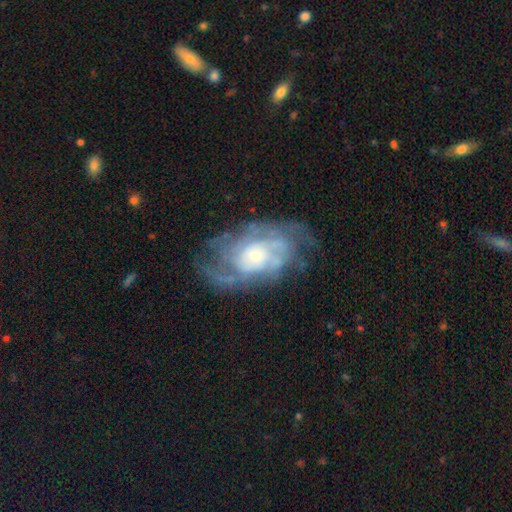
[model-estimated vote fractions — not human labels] Overall: featured or disk (81%). Edge-on disk: no (95%). Bar: no (76%). Spiral arms: yes (87%). Spiral arm count: can't tell (46%; 2 19%). Spiral winding: tight (54%; medium 34%). Bulge size: small (49%; moderate 38%). Merging: none (62%).